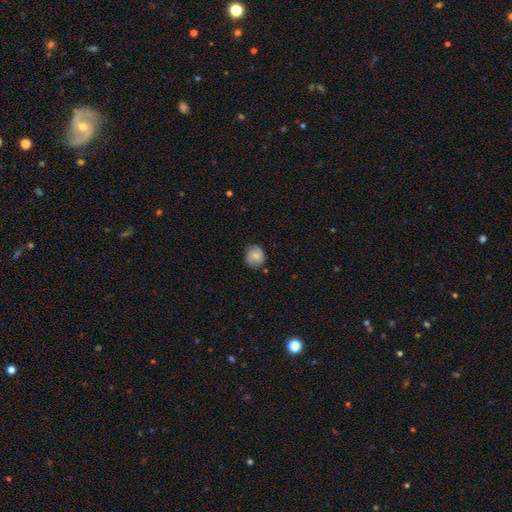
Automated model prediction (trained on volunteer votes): smooth-or-featured: smooth: 64% | featured or disk: 28% | star or artifact: 8%
  how-rounded: round: 84% | in between: 15% | cigar-shaped: 1%
  merging: none: 77% | minor disturbance: 18% | major disturbance: 4% | merger: 2%